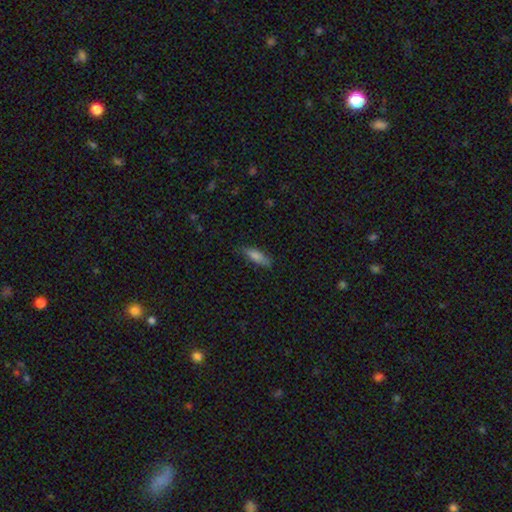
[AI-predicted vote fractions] Overall: smooth (79%). How rounded: cigar-shaped (51%; in between 47%). Merging: none (80%).